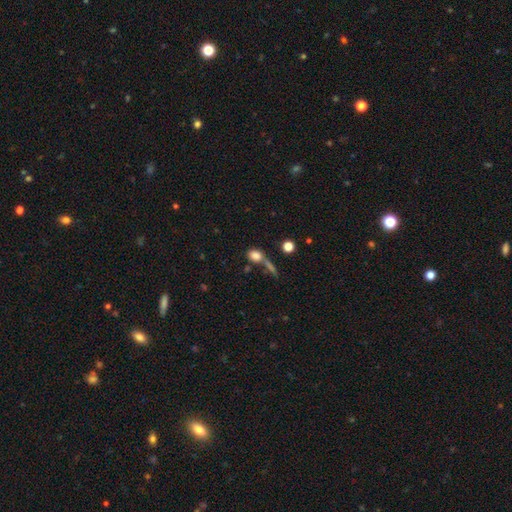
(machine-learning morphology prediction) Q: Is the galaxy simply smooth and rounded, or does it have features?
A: smooth — 79%.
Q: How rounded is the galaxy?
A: in between — 57%.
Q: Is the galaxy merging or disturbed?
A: none — 46%.